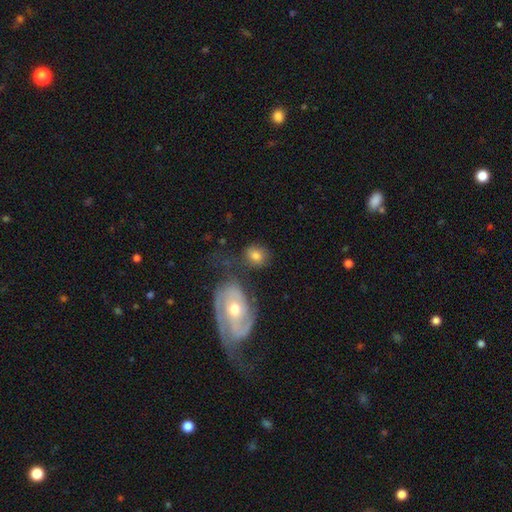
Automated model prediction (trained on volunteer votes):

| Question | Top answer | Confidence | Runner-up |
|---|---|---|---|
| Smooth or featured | smooth | 70% | featured or disk (22%) |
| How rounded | in between | 52% | round (46%) |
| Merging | none | 60% | minor disturbance (16%) |